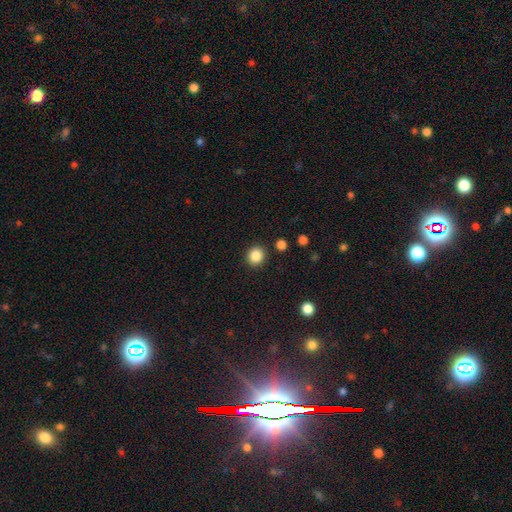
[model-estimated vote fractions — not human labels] A smooth galaxy with no disk features (86%) that is round (87%). Merging: none (90%).